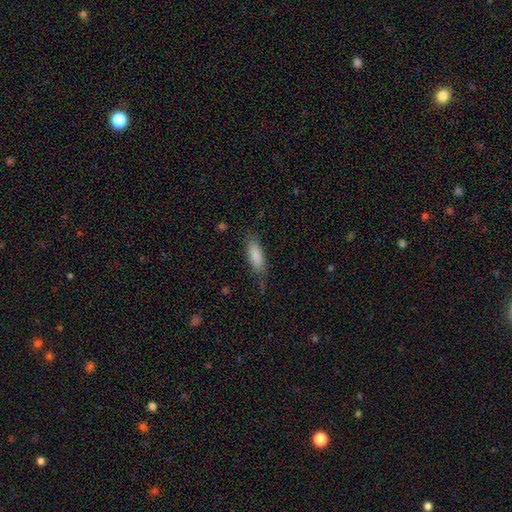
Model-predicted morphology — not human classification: smooth 85%, featured or disk 9%, star or artifact 6%. Down the decision tree: how rounded — in between (66%); merging — none (71%).